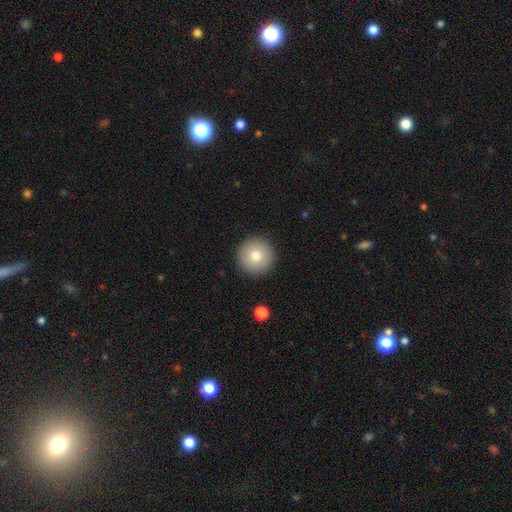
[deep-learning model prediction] smooth 79%, featured or disk 12%, star or artifact 9%. Down the decision tree: how rounded — round (96%); merging — none (92%).